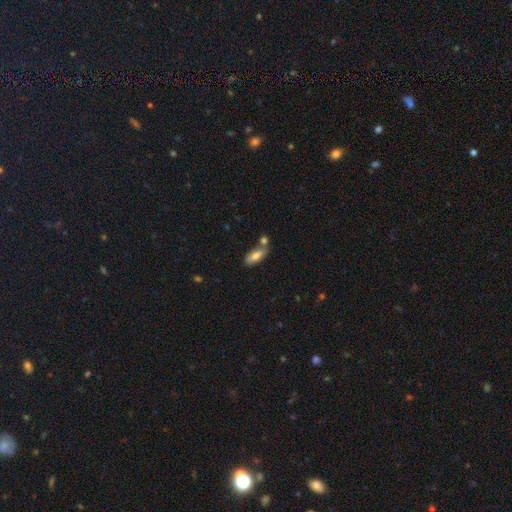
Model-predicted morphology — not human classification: Smooth or featured? smooth (75%)
How rounded? in between (74%)
Merging? none (63%)